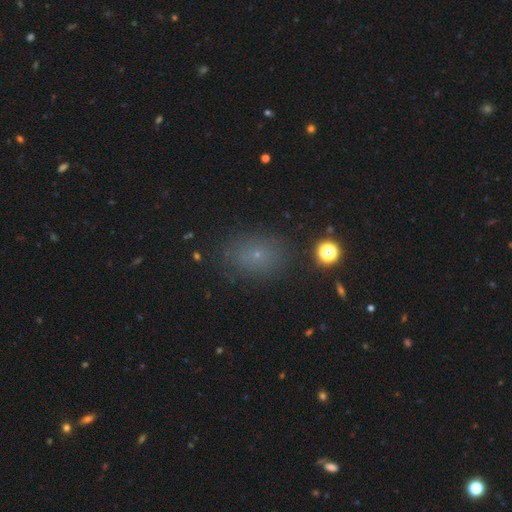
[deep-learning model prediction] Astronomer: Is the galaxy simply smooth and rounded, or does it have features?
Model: smooth — 63%.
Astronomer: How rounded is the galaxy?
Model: in between — 68%.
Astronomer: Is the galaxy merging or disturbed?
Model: none — 84%.